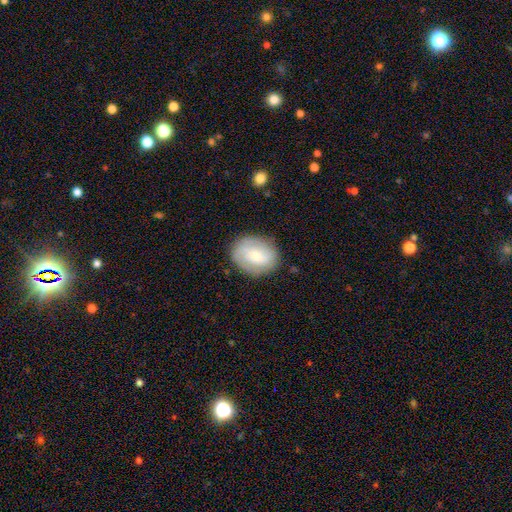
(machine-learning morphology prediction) A smooth galaxy with no disk features (47%). Merging: none (81%).